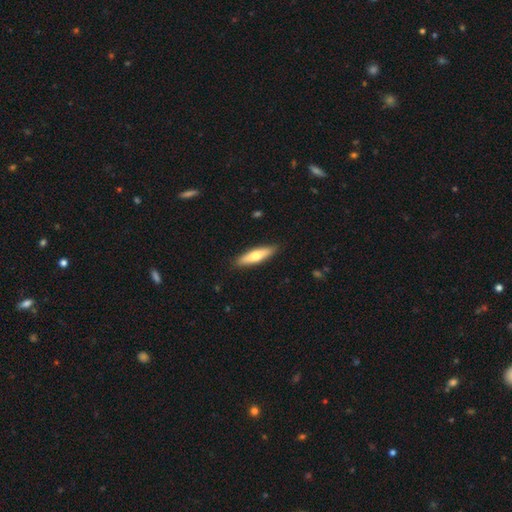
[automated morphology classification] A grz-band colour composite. It shows a smooth galaxy with no disk features (62%) that is cigar-shaped (72%). Merging: none (89%).